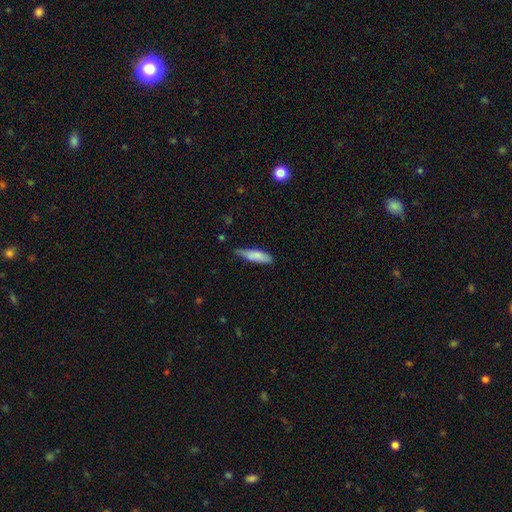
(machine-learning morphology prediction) The model was most divided on "merging": none: 57%, minor disturbance: 35%, major disturbance: 6%, merger: 2%. More confident: smooth or featured — smooth (79%); how rounded — cigar-shaped (67%).